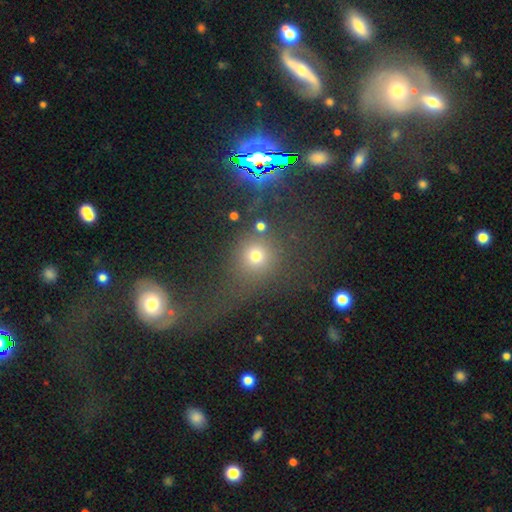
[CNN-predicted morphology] This is likely a smooth galaxy (63%). How rounded: clearly round (84%). Merging: possibly none (58%).